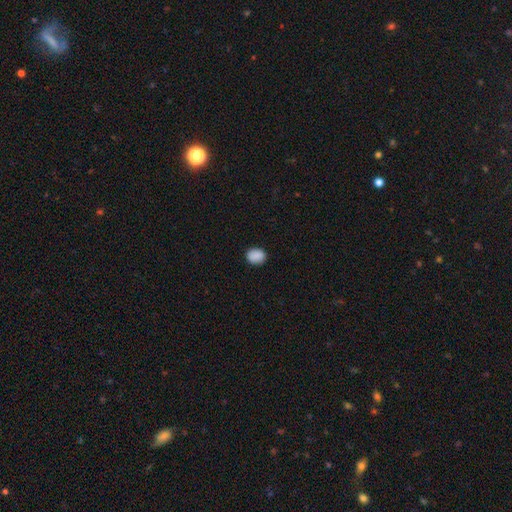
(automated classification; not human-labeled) Smooth or featured? Predicted: smooth (p=0.89). How rounded? Predicted: in between (p=0.51). Merging? Predicted: none (p=0.87).